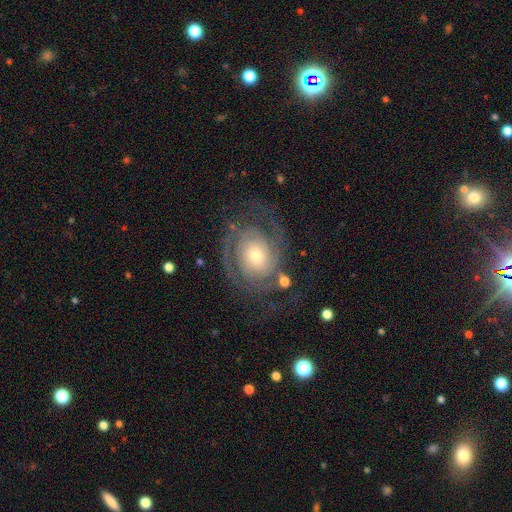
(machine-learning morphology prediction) featured or disk 85%, smooth 9%, star or artifact 6%. Down the decision tree: edge-on disk — no (97%); bar — no (73%); spiral arms — yes (95%); spiral arm count — 2 (64%); spiral winding — tight (56%); bulge size — small (46%); merging — none (68%).